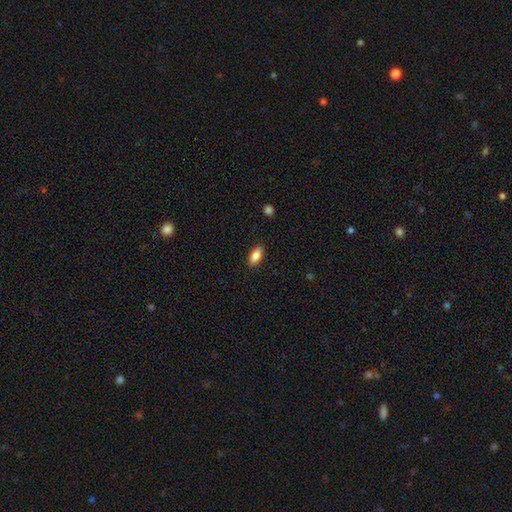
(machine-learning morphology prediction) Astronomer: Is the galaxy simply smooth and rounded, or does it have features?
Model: smooth — 84%.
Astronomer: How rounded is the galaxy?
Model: in between — 87%.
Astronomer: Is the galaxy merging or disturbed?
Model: none — 88%.